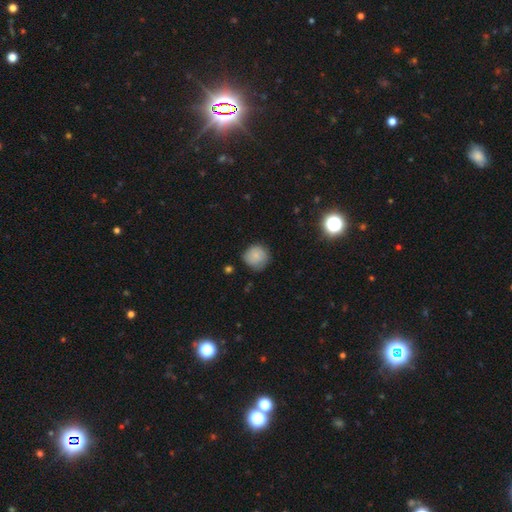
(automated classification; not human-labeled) smooth-or-featured: smooth: 76% | featured or disk: 14% | star or artifact: 9%
  how-rounded: round: 90% | in between: 9% | cigar-shaped: 1%
  merging: none: 71% | minor disturbance: 23% | major disturbance: 4% | merger: 1%